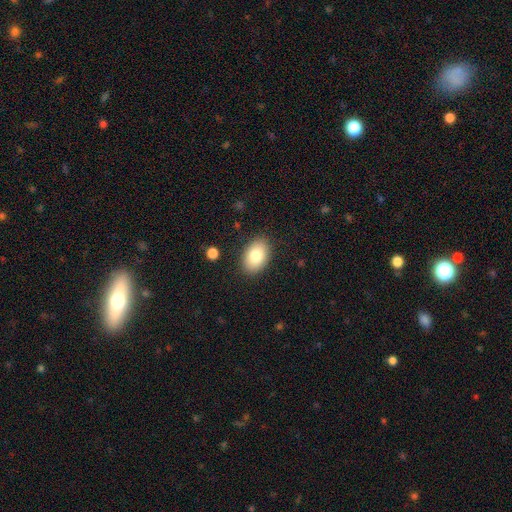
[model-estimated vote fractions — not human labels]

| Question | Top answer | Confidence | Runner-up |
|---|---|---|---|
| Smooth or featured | smooth | 81% | featured or disk (12%) |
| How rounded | in between | 87% | round (12%) |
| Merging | none | 87% | minor disturbance (9%) |